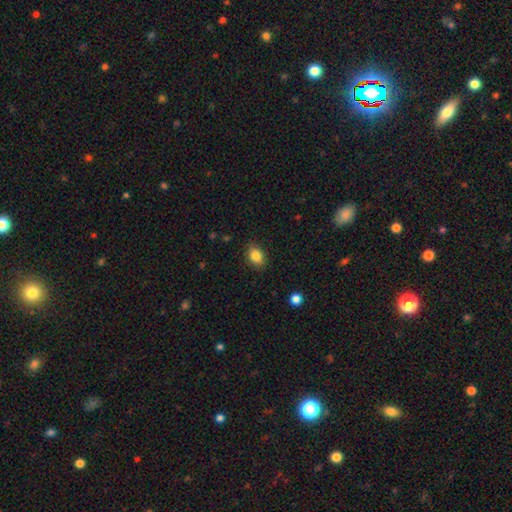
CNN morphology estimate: This is clearly a smooth galaxy (84%). How rounded: likely in between (63%). Merging: clearly none (86%).